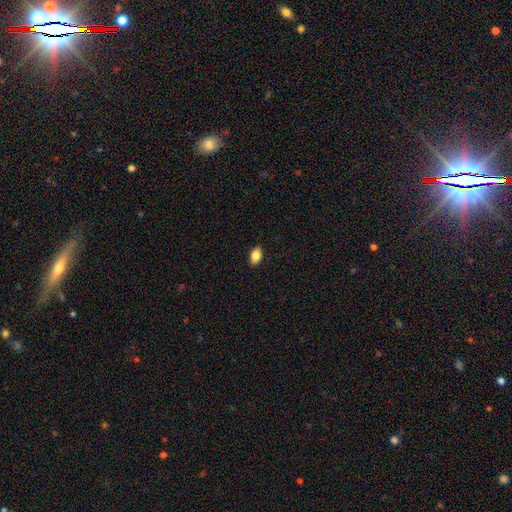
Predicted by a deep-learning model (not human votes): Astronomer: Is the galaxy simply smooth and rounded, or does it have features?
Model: smooth — 84%.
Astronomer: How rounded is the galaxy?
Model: in between — 89%.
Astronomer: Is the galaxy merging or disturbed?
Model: none — 89%.